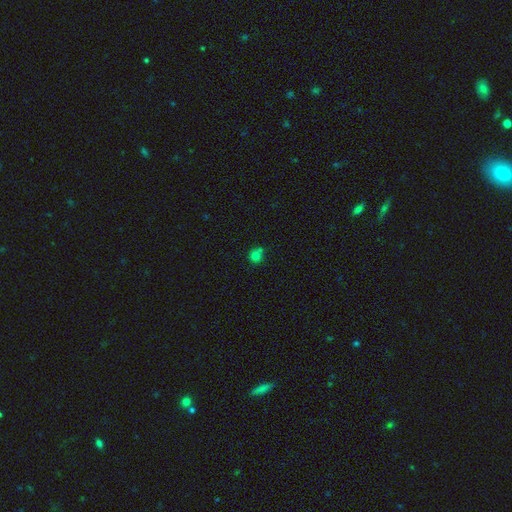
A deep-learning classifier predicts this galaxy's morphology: The model was most divided on "merging": none: 57%, merger: 22%, minor disturbance: 16%, major disturbance: 5%. More confident: how rounded — round (86%); smooth or featured — smooth (77%).